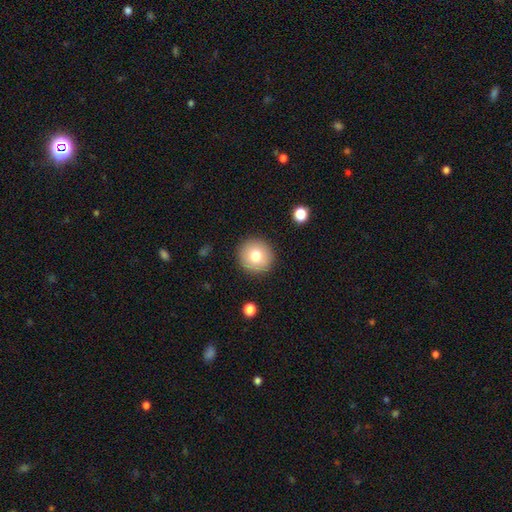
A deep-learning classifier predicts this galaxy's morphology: Smooth or featured? smooth (76%)
How rounded? round (95%)
Merging? none (90%)